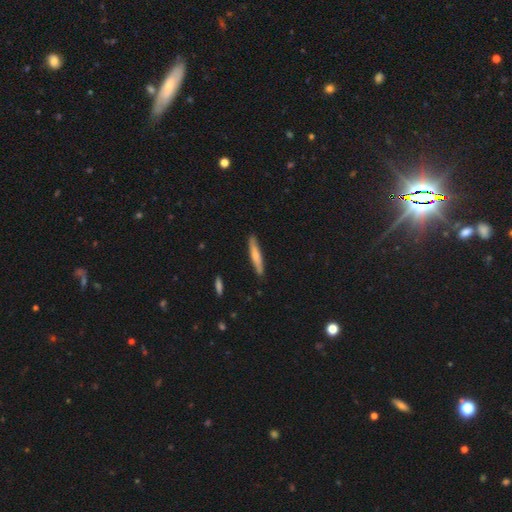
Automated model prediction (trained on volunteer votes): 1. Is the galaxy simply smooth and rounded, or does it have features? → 67% smooth, 28% featured or disk, 5% star or artifact.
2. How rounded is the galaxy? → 91% cigar-shaped, 7% in between, 1% round.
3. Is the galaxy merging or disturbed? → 86% none, 11% minor disturbance, 2% major disturbance, 1% merger.